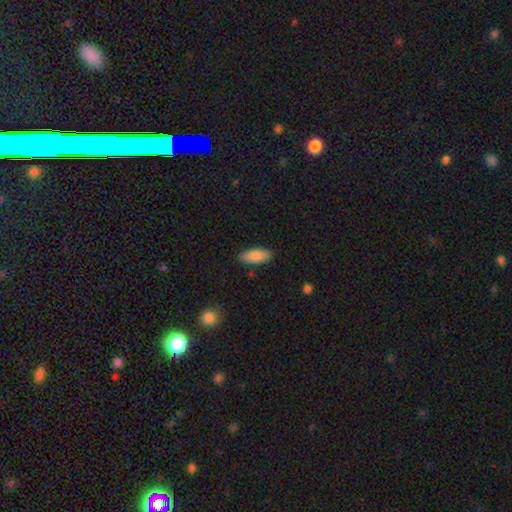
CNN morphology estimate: Smooth or featured? Predicted: smooth (p=0.85). How rounded? Predicted: in between (p=0.83). Merging? Predicted: none (p=0.87).